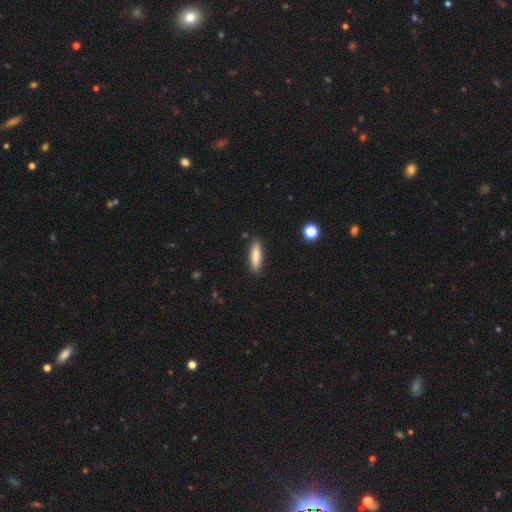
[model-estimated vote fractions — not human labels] smooth-or-featured: smooth: 85% | featured or disk: 9% | star or artifact: 6%
  how-rounded: cigar-shaped: 71% | in between: 28% | round: 2%
  merging: none: 89% | minor disturbance: 8% | major disturbance: 2% | merger: 1%